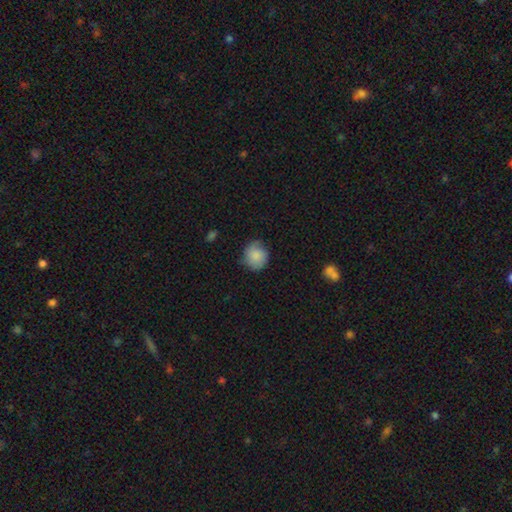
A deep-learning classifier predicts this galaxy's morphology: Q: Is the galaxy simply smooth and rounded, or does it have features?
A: smooth — 84%.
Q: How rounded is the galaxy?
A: round — 79%.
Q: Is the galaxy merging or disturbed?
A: none — 71%.